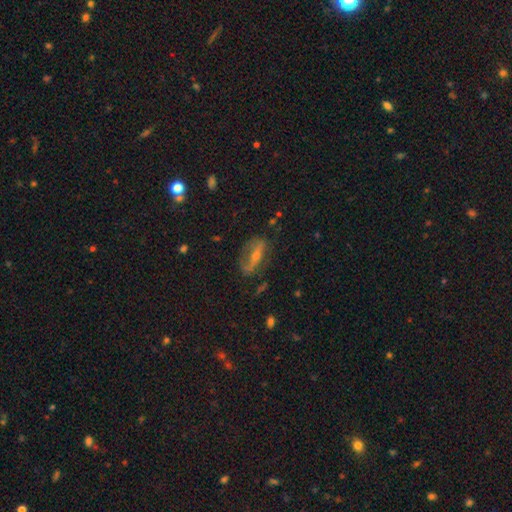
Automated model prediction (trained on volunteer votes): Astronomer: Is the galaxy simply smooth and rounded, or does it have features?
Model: featured or disk — 63%.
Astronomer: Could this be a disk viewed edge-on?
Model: no — 74%.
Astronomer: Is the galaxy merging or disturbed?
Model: none — 64%.